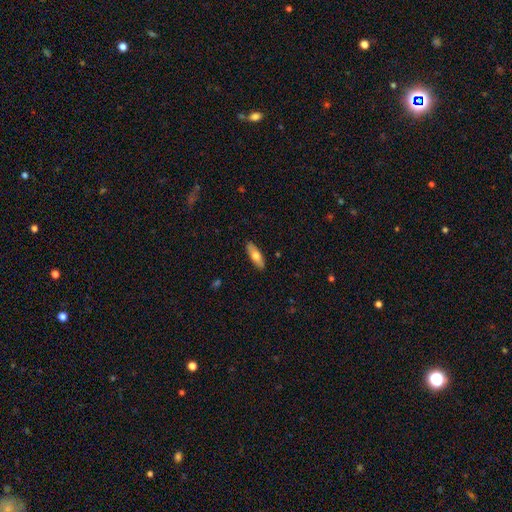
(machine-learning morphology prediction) smooth_or_featured: smooth (p=0.67) [alt: featured or disk p=0.27]
how_rounded: cigar-shaped (p=0.50) [alt: in between p=0.48]
merging: none (p=0.90) [alt: minor disturbance p=0.08]